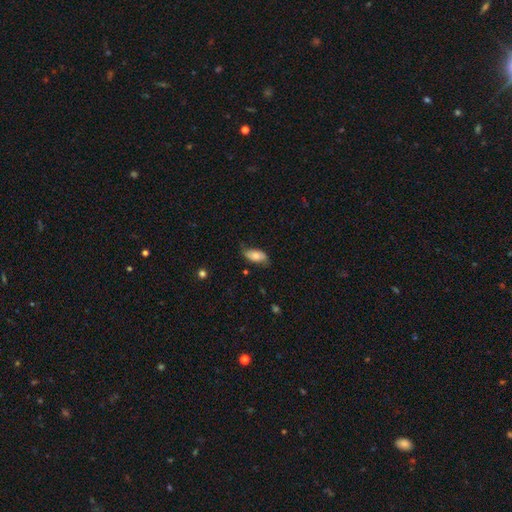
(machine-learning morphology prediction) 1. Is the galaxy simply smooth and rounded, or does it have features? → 65% smooth, 27% featured or disk, 7% star or artifact.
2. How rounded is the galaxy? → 91% in between, 6% cigar-shaped, 3% round.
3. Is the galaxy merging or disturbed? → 60% none, 29% minor disturbance, 10% major disturbance, 2% merger.